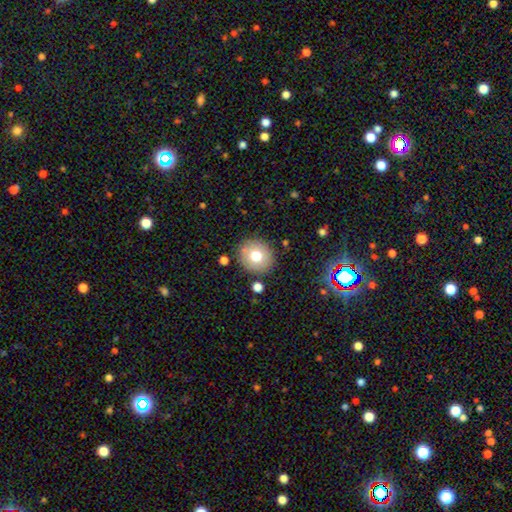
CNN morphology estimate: This appears to be a smooth galaxy with no disk features (73%) that is round (85%). Merging: none (86%).